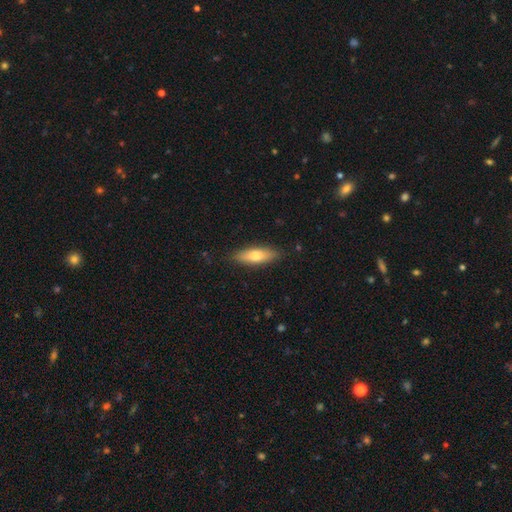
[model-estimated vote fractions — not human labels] Smooth or featured?
  - smooth: 69% *
  - featured or disk: 25%
  - star or artifact: 6%
How rounded?
  - in between: 52% *
  - cigar-shaped: 46%
  - round: 2%
Merging?
  - none: 86% *
  - minor disturbance: 11%
  - major disturbance: 2%
  - merger: 1%